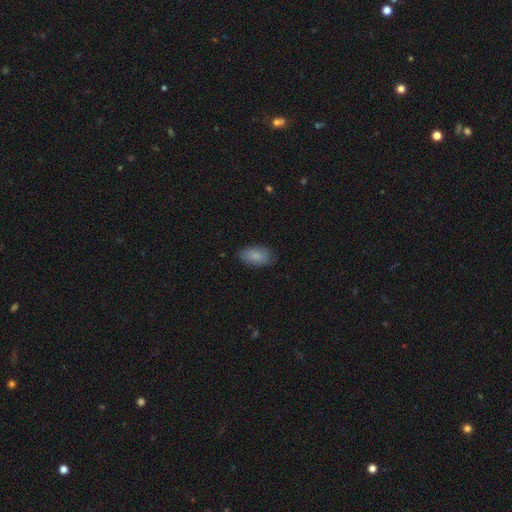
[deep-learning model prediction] smooth 85%, featured or disk 8%, star or artifact 7%. Down the decision tree: how rounded — in between (94%); merging — none (82%).